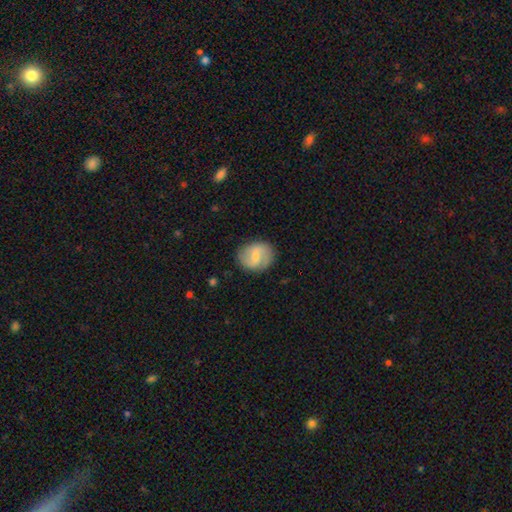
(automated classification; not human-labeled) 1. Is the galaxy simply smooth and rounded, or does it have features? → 63% featured or disk, 31% smooth, 6% star or artifact.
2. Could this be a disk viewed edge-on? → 98% no, 2% yes.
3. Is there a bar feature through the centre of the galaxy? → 57% weak, 29% no, 14% strong.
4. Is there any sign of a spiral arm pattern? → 90% yes, 10% no.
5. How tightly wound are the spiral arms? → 44% medium, 38% loose, 18% tight.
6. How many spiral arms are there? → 86% 2, 7% can't tell, 2% 1, 2% 3, 1% 4, 1% more than 4.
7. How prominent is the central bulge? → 60% small, 31% moderate, 6% none, 1% large, 1% dominant.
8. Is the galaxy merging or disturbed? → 82% none, 13% minor disturbance, 4% major disturbance, 1% merger.